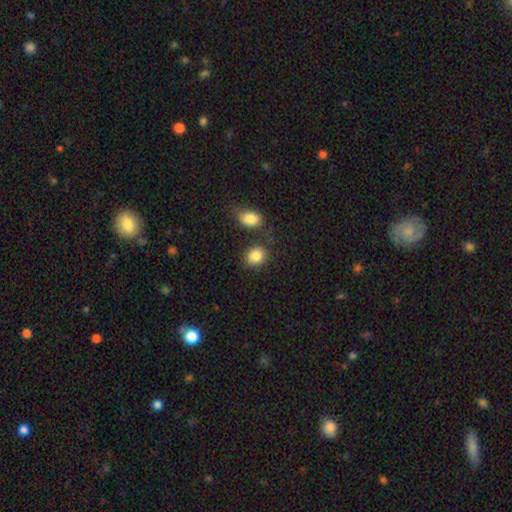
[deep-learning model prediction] Smooth or featured? smooth (85%)
How rounded? round (59%)
Merging? none (73%)